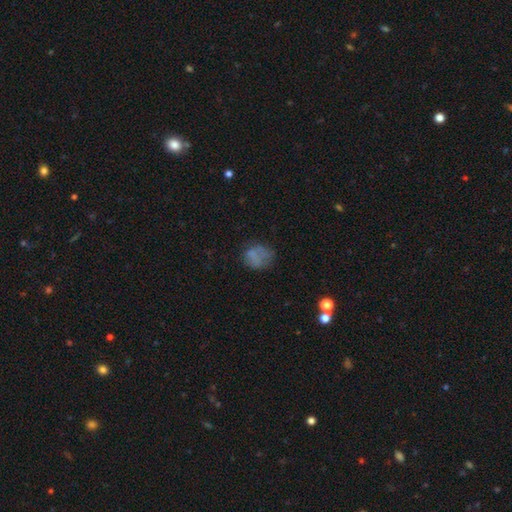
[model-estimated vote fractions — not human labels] A smooth galaxy with no disk features (63%) that is round (57%).

Vote fractions:
- Smooth or featured? smooth: 63% / featured or disk: 21% / star or artifact: 15%
- How rounded? round: 57% / in between: 42% / cigar-shaped: 1%
- Merging? none: 49% / minor disturbance: 25% / major disturbance: 21% / merger: 5%